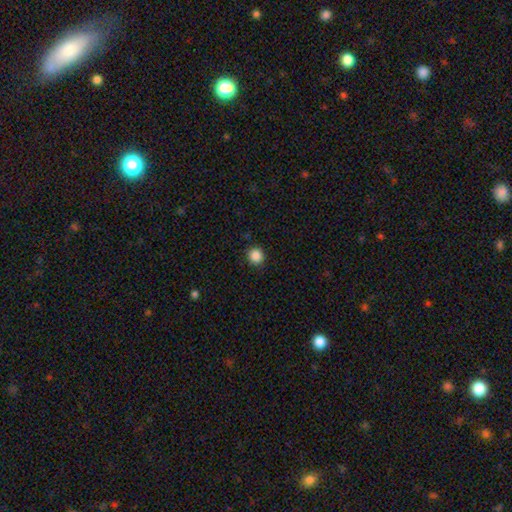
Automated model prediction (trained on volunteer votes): A smooth galaxy with no disk features (87%) that is round (94%). Merging: none (92%).